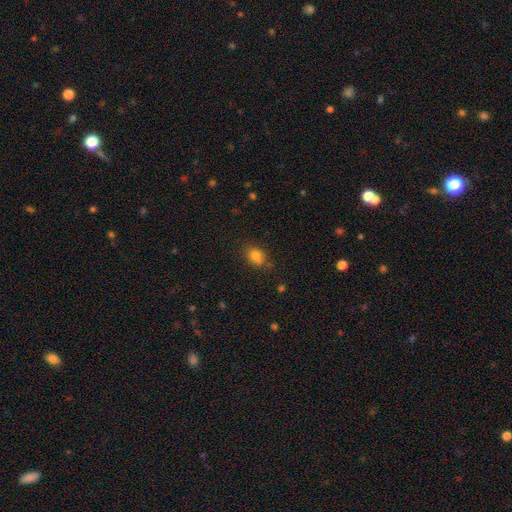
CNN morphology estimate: A smooth galaxy with no disk features (81%) that is in between round and cigar-shaped (66%). Merging: none (72%).